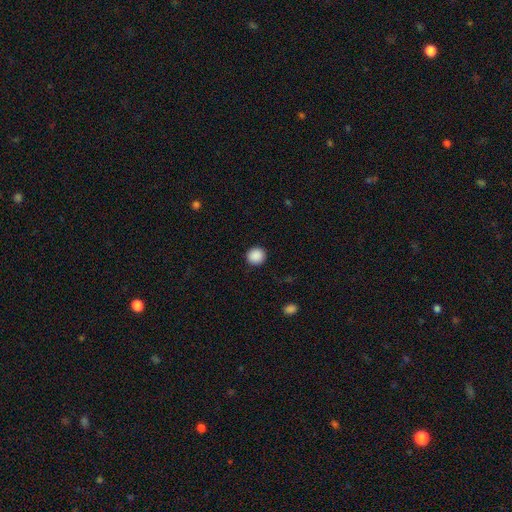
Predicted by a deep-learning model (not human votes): A smooth galaxy with no disk features (89%) that is round (92%).

Vote fractions:
- Smooth or featured? smooth: 89% / star or artifact: 9% / featured or disk: 2%
- How rounded? round: 92% / in between: 7% / cigar-shaped: 1%
- Merging? none: 92% / minor disturbance: 5% / major disturbance: 2% / merger: 1%